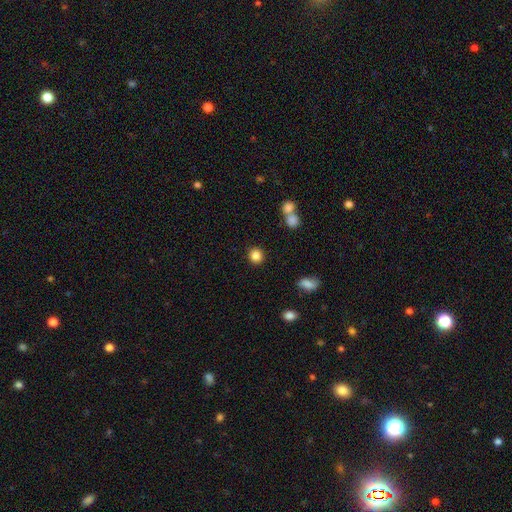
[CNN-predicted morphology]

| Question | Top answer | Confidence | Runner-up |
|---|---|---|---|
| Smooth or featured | smooth | 85% | star or artifact (10%) |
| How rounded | round | 88% | in between (11%) |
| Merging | none | 88% | minor disturbance (6%) |